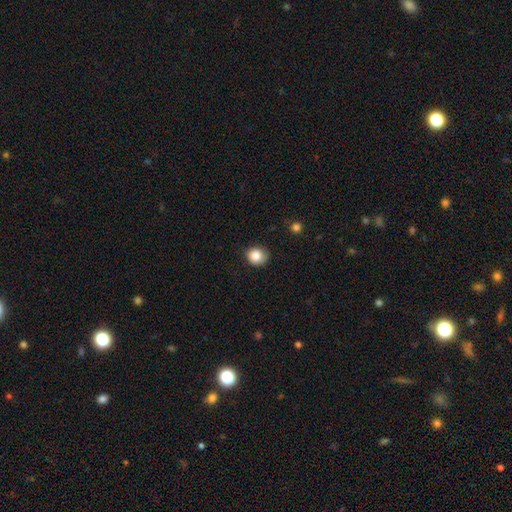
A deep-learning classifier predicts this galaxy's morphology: smooth 84%, star or artifact 10%, featured or disk 6%. Down the decision tree: how rounded — round (83%); merging — none (79%).